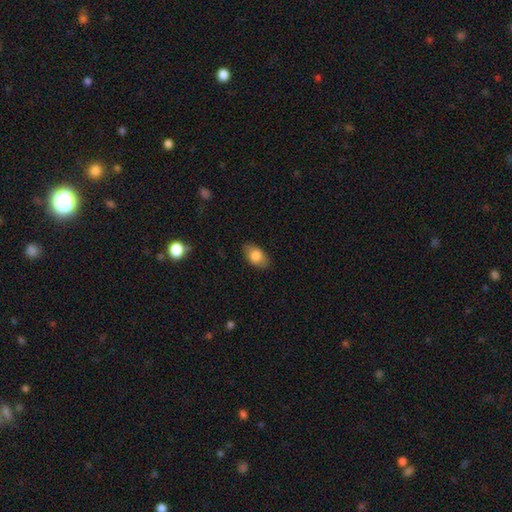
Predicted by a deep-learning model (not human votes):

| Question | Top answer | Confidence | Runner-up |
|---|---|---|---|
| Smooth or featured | smooth | 79% | featured or disk (14%) |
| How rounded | in between | 90% | round (8%) |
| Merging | none | 83% | minor disturbance (13%) |